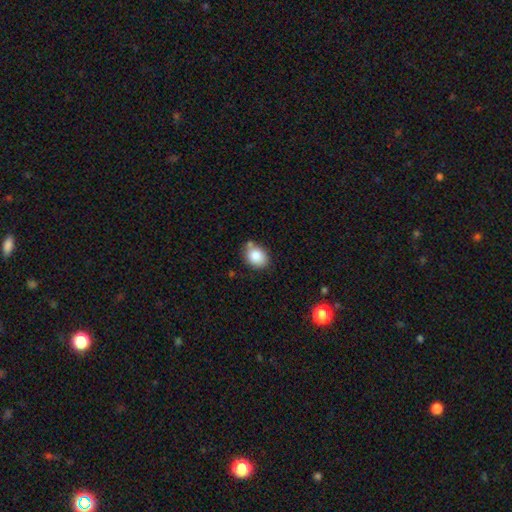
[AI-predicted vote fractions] Morphology: type=smooth (85%); roundness=in between (51%); merging=none (65%).